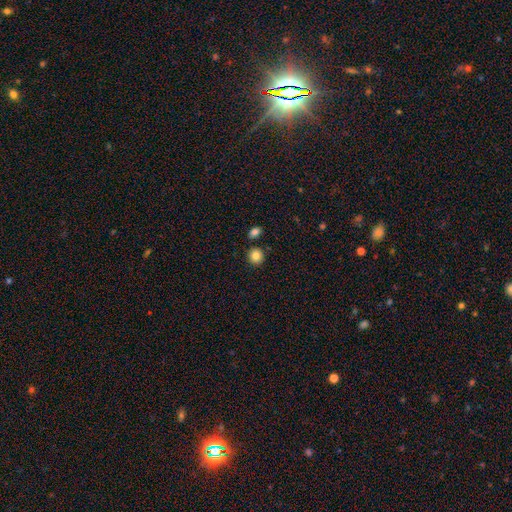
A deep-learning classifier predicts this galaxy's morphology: The model was most divided on "smooth or featured": smooth: 85%, star or artifact: 10%, featured or disk: 6%. More confident: how rounded — round (87%); merging — none (85%).